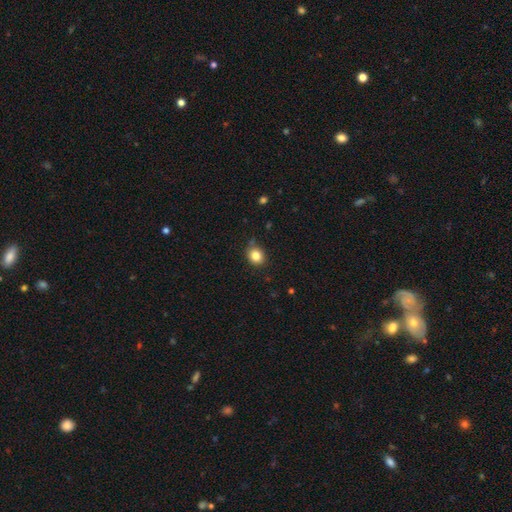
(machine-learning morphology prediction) Smooth or featured?
  - smooth: 83% *
  - star or artifact: 11%
  - featured or disk: 6%
How rounded?
  - round: 70% *
  - in between: 29%
  - cigar-shaped: 1%
Merging?
  - none: 81% *
  - minor disturbance: 13%
  - major disturbance: 3%
  - merger: 3%